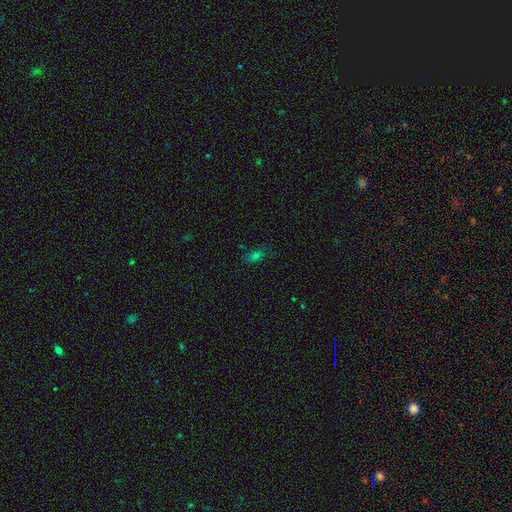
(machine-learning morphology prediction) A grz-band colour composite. It shows a smooth galaxy with no disk features (51%) that is in between round and cigar-shaped (76%). Merging: none (77%).